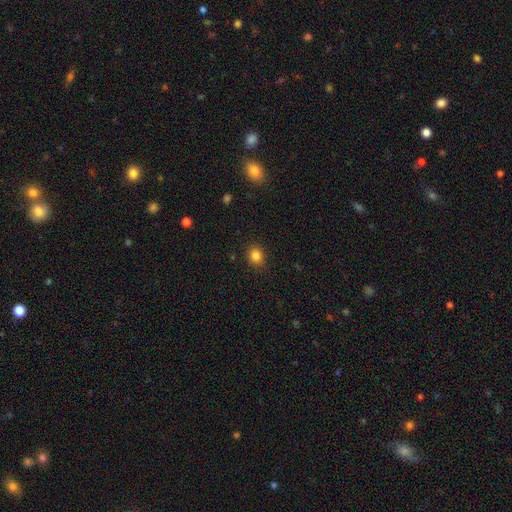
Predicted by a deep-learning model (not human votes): smooth_or_featured: smooth (p=0.84) [alt: star or artifact p=0.11]
how_rounded: round (p=0.70) [alt: in between p=0.29]
merging: none (p=0.88) [alt: minor disturbance p=0.08]